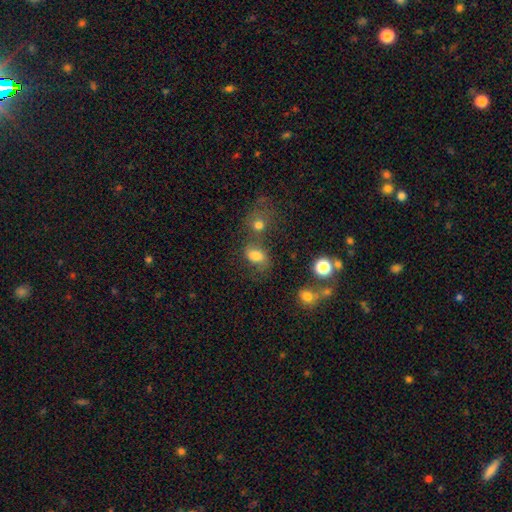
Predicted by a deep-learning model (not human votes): Overall: smooth (74%). How rounded: in between (72%). Merging: none (45%; merger 25%).